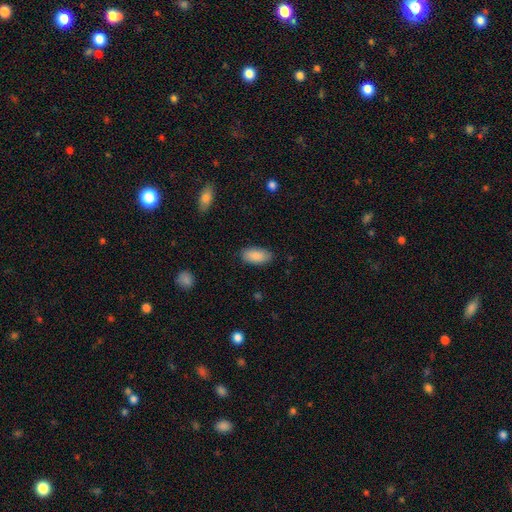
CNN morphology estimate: smooth 89%, star or artifact 6%, featured or disk 5%. Down the decision tree: how rounded — in between (93%); merging — none (86%).